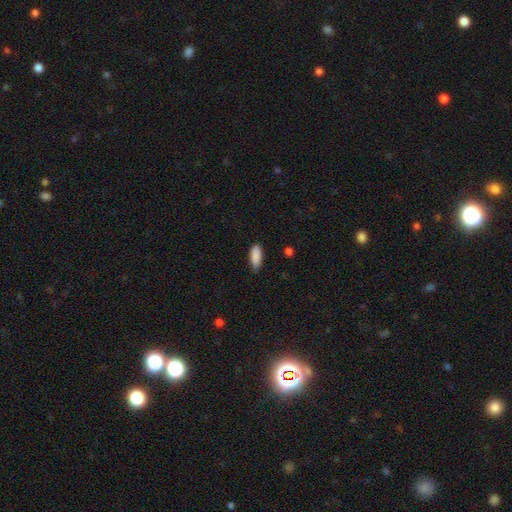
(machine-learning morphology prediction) type=smooth (90%); roundness=in between (73%); merging=none (85%).